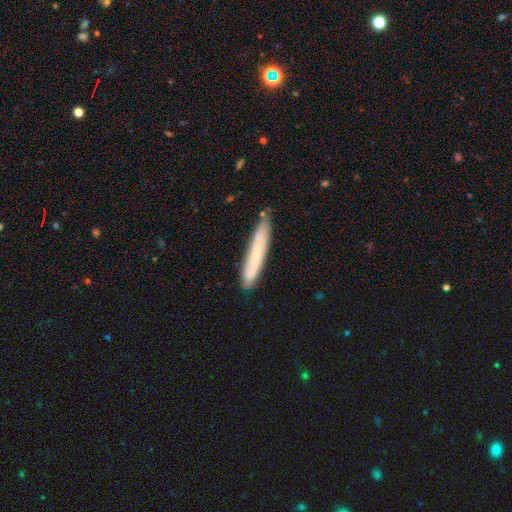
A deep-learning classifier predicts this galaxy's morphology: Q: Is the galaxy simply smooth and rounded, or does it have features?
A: smooth — 64%.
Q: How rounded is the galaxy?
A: cigar-shaped — 93%.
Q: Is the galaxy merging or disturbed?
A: none — 78%.